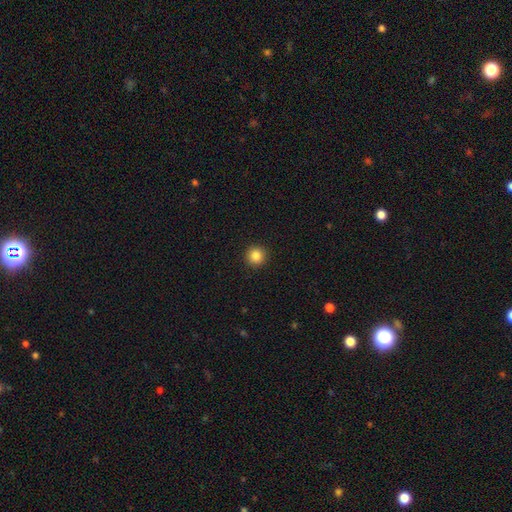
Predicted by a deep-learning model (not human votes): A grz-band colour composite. It shows a smooth galaxy with no disk features (86%) that is round (94%). Merging: none (93%).